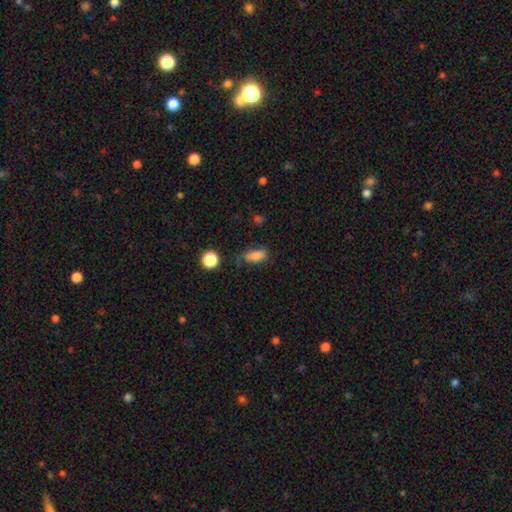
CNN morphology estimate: Smooth or featured?
  - smooth: 80% *
  - featured or disk: 10%
  - star or artifact: 10%
How rounded?
  - in between: 79% *
  - cigar-shaped: 14%
  - round: 6%
Merging?
  - none: 61% *
  - minor disturbance: 28%
  - major disturbance: 9%
  - merger: 3%